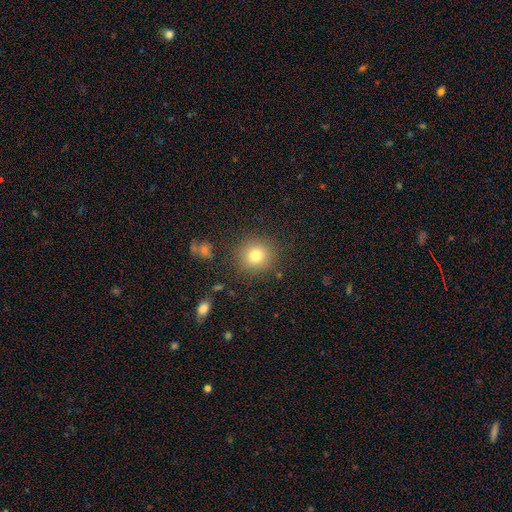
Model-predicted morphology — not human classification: Q: Smooth or featured?
A: smooth (78%); runner-up: star or artifact (13%)
Q: How rounded?
A: round (91%); runner-up: in between (8%)
Q: Merging?
A: none (87%); runner-up: minor disturbance (8%)